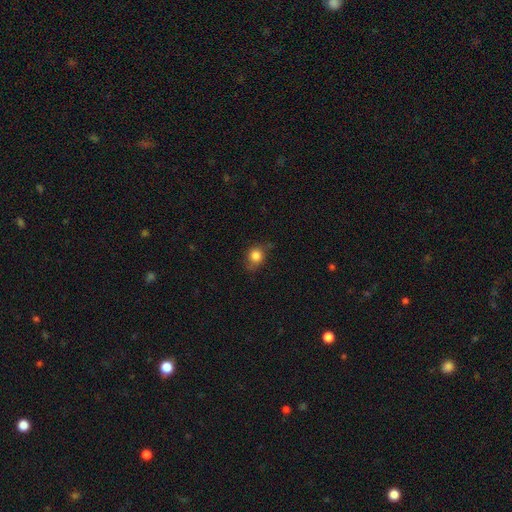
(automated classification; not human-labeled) This is clearly a smooth galaxy (82%). How rounded: likely round (72%). Merging: likely none (68%).